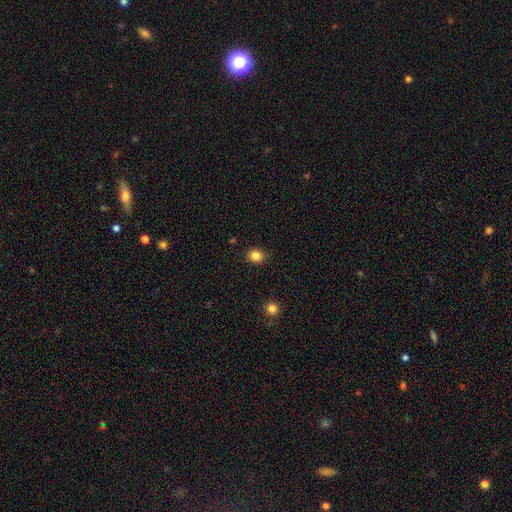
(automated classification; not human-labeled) Smooth or featured: smooth — 84% (star or artifact — 12%)
How rounded: round — 76% (in between — 23%)
Merging: none — 89% (minor disturbance — 7%)